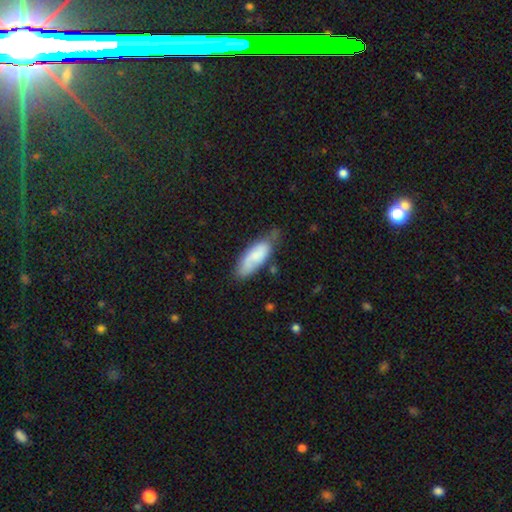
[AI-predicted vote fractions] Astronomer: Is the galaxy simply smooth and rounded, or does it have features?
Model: smooth — 69%.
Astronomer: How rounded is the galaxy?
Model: in between — 74%.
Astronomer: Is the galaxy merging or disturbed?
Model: none — 55% (runner-up: minor disturbance, 32%).